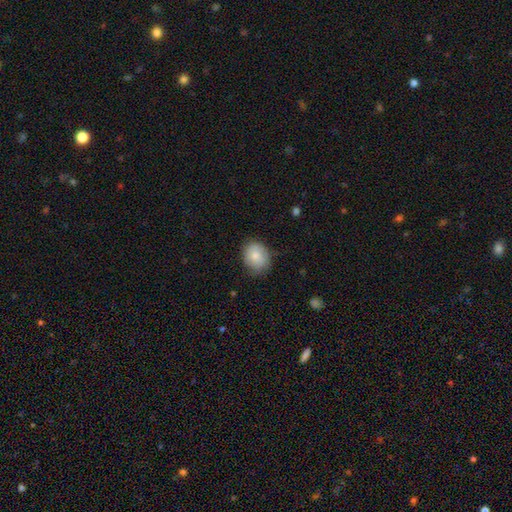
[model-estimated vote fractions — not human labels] A smooth galaxy with no disk features (79%) that is round (55%). Merging: none (73%).